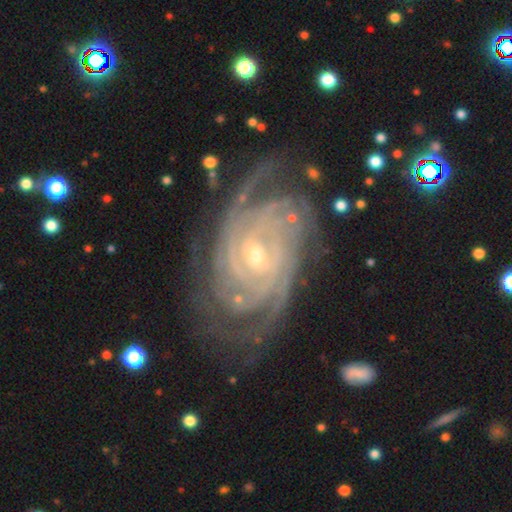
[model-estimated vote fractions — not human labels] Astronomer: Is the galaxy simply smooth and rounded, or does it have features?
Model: featured or disk — 92%.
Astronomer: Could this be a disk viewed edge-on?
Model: no — 97%.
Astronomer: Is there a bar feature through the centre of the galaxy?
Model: no — 55% (runner-up: weak, 32%).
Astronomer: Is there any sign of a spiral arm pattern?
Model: yes — 98%.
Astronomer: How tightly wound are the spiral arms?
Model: tight — 80%.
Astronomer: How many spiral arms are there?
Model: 4 — 25% (runner-up: can't tell, 19%).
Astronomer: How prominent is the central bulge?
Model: small — 69%.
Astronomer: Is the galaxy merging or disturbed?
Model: none — 73%.